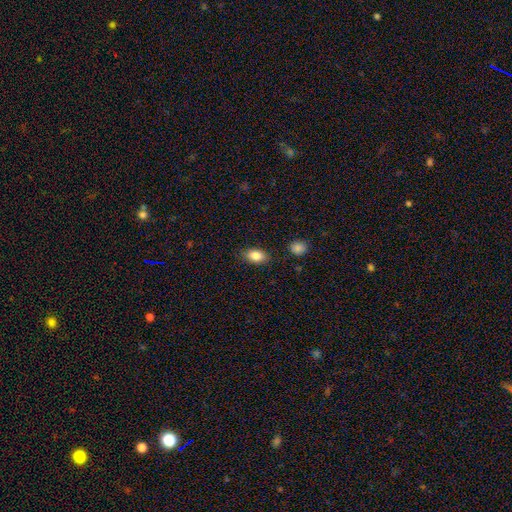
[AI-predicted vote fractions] smooth-or-featured: smooth: 85% | star or artifact: 8% | featured or disk: 7%
  how-rounded: in between: 87% | round: 10% | cigar-shaped: 2%
  merging: none: 85% | minor disturbance: 11% | major disturbance: 3% | merger: 2%